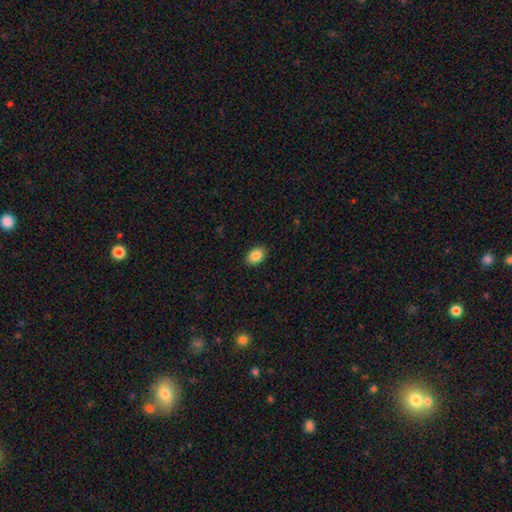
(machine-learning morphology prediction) Smooth or featured: smooth — 87% (star or artifact — 8%)
How rounded: in between — 80% (round — 19%)
Merging: none — 89% (minor disturbance — 8%)